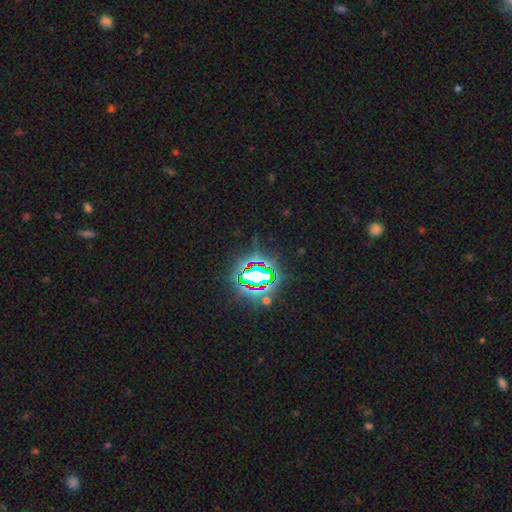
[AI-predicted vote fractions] This appears to be a star or artifact, not a galaxy (82%).